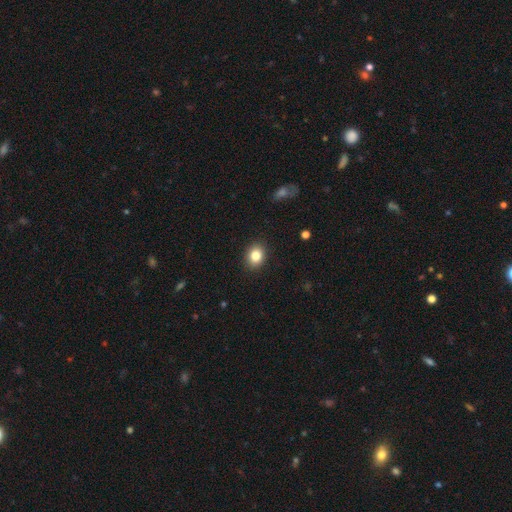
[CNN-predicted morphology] Q: Smooth or featured?
A: smooth (84%); runner-up: star or artifact (10%)
Q: How rounded?
A: round (52%); runner-up: in between (47%)
Q: Merging?
A: none (90%); runner-up: minor disturbance (7%)